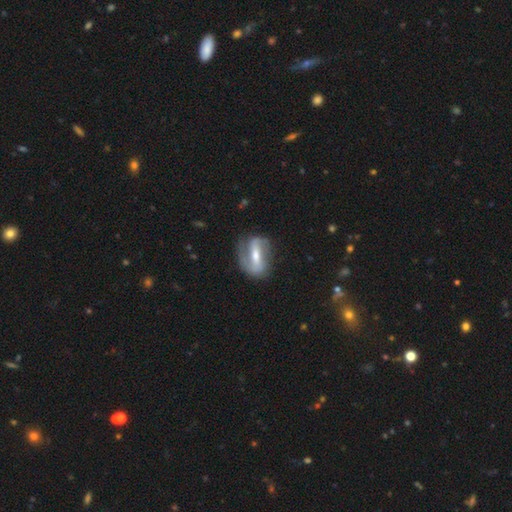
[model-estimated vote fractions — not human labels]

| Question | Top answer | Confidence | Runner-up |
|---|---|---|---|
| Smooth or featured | featured or disk | 74% | smooth (20%) |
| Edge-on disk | no | 92% | yes (8%) |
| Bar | strong | 53% | weak (33%) |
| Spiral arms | yes | 82% | no (18%) |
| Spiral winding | medium | 41% | loose (32%) |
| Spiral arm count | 2 | 76% | 1 (11%) |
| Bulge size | moderate | 59% | small (29%) |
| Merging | none | 67% | minor disturbance (20%) |